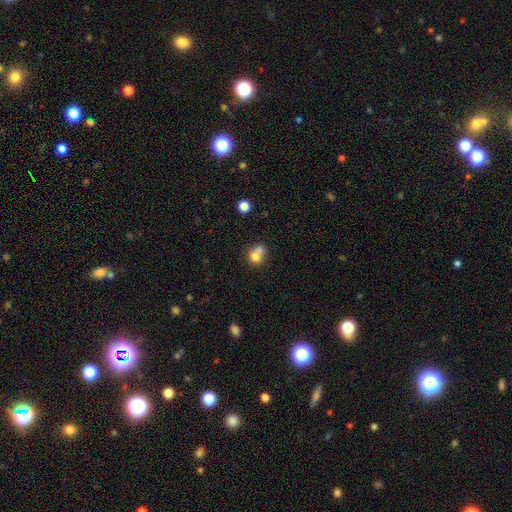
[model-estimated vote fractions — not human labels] This is likely a smooth galaxy (73%). How rounded: likely round (70%). Merging: possibly merger (58%).